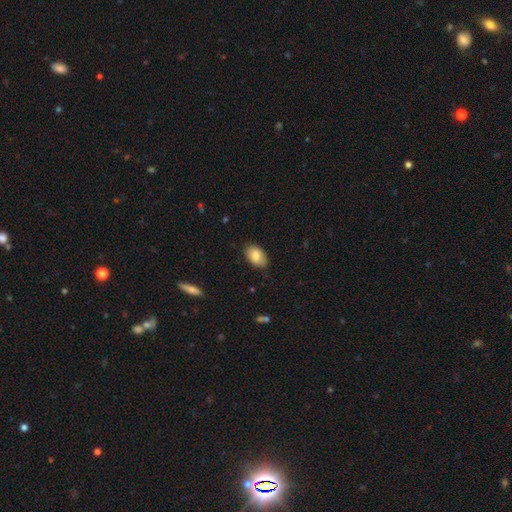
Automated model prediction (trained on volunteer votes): Smooth or featured: smooth — 84% (featured or disk — 9%)
How rounded: in between — 91% (round — 8%)
Merging: none — 83% (minor disturbance — 14%)